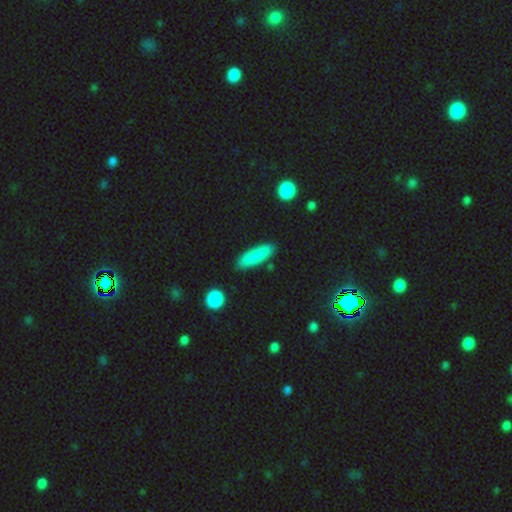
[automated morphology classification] smooth 85%, featured or disk 8%, star or artifact 7%. Down the decision tree: how rounded — cigar-shaped (62%); merging — none (85%).